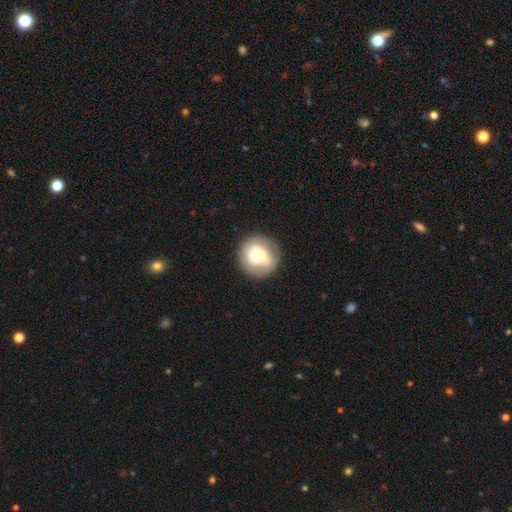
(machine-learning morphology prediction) Smooth or featured: smooth — 58% (featured or disk — 34%)
How rounded: round — 91% (in between — 8%)
Merging: none — 57% (merger — 22%)